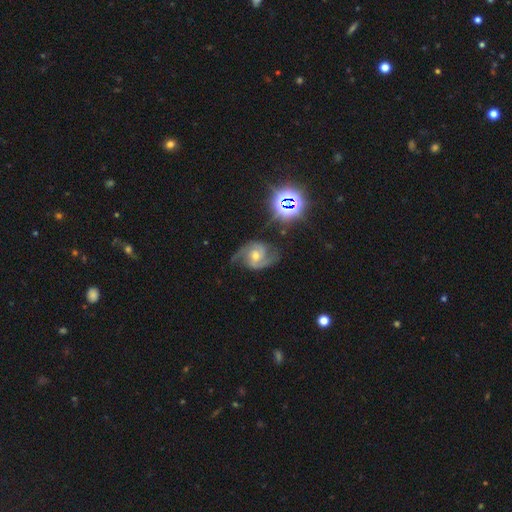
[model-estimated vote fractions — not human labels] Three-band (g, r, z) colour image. It shows a featured or disk galaxy (83%) with no bar (50%), 2 (88%) medium (52%) spiral arms (97%) and a moderate central bulge (60%). Merging: none (71%).